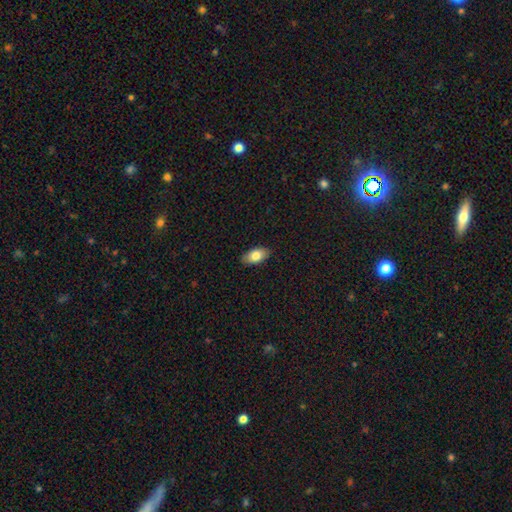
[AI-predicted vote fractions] smooth_or_featured: smooth (p=0.80) [alt: featured or disk p=0.13]
how_rounded: in between (p=0.93) [alt: round p=0.04]
merging: none (p=0.87) [alt: minor disturbance p=0.10]